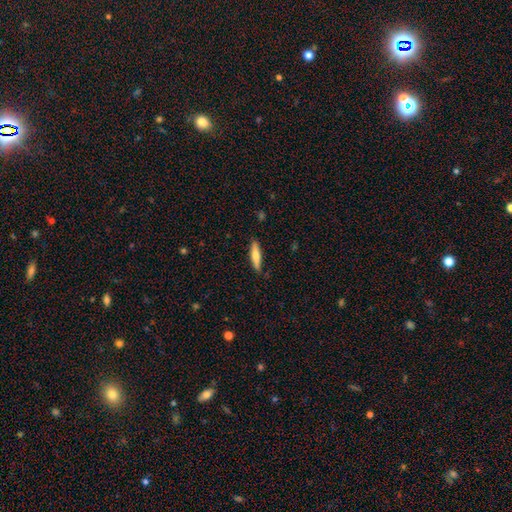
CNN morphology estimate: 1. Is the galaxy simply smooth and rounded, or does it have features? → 64% smooth, 30% featured or disk, 6% star or artifact.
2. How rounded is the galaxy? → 80% cigar-shaped, 19% in between, 2% round.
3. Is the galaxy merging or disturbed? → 86% none, 11% minor disturbance, 2% major disturbance, 1% merger.